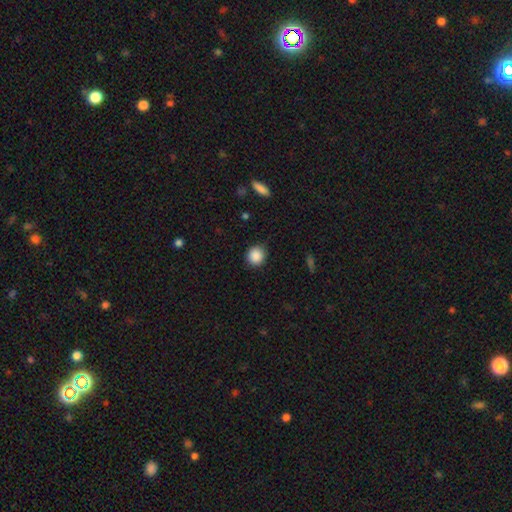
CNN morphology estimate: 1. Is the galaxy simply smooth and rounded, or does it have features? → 88% smooth, 9% star or artifact, 3% featured or disk.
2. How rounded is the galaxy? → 88% round, 11% in between, 1% cigar-shaped.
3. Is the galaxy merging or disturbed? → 87% none, 9% minor disturbance, 3% major disturbance, 1% merger.